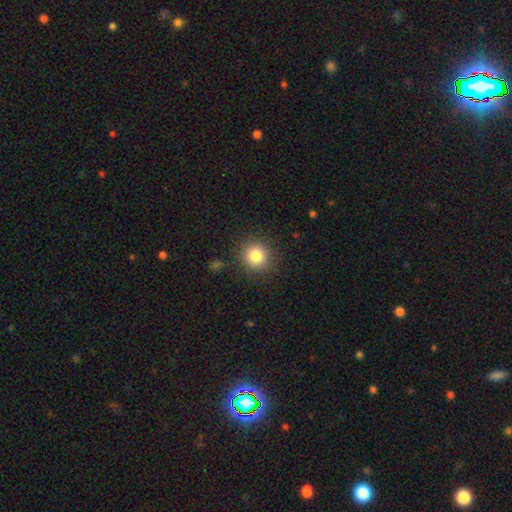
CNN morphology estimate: This appears to be a smooth galaxy with no disk features (82%) that is round (93%). Merging: none (88%).